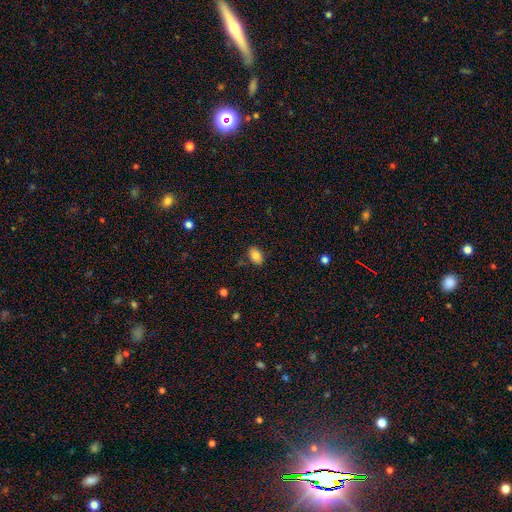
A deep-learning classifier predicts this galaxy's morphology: Q: Smooth or featured?
A: smooth (82%); runner-up: featured or disk (9%)
Q: How rounded?
A: in between (88%); runner-up: round (11%)
Q: Merging?
A: none (84%); runner-up: minor disturbance (11%)